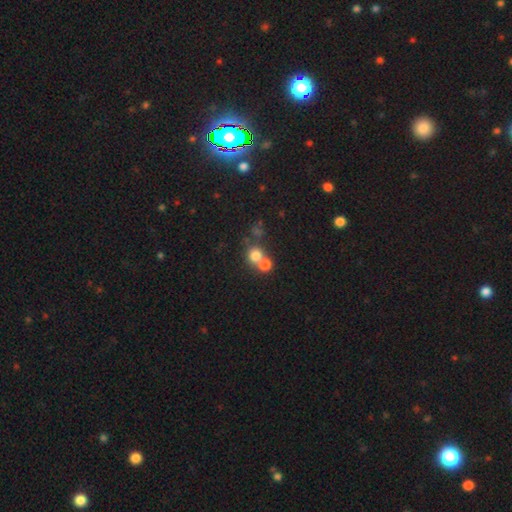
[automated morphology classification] The model was most divided on "merging": merger: 49%, none: 41%, minor disturbance: 6%, major disturbance: 4%. More confident: how rounded — round (85%); smooth or featured — smooth (74%).